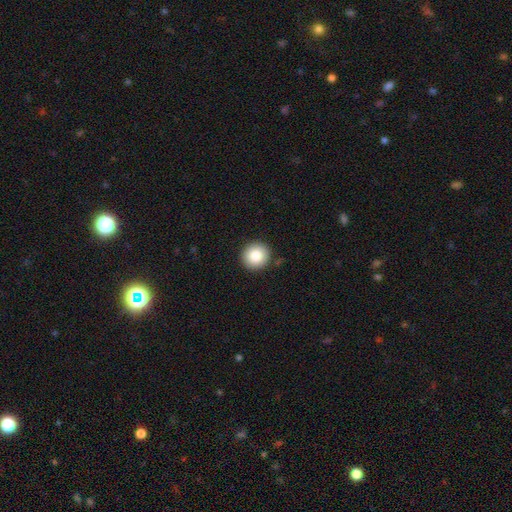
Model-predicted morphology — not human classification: The model was most divided on "smooth or featured": smooth: 86%, star or artifact: 9%, featured or disk: 6%. More confident: how rounded — round (93%); merging — none (91%).